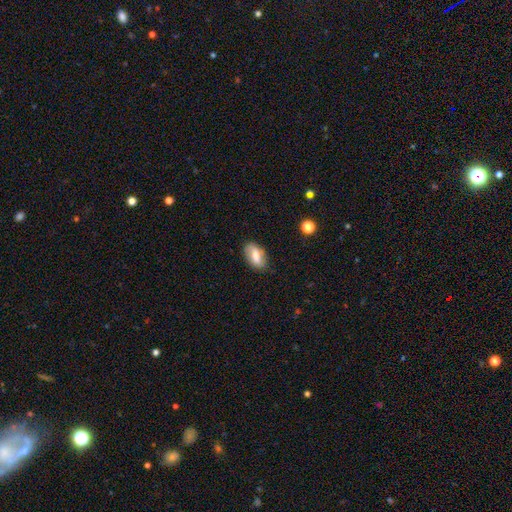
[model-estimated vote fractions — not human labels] smooth_or_featured: smooth (p=0.73) [alt: featured or disk p=0.20]
how_rounded: in between (p=0.91) [alt: cigar-shaped p=0.04]
merging: none (p=0.79) [alt: minor disturbance p=0.16]